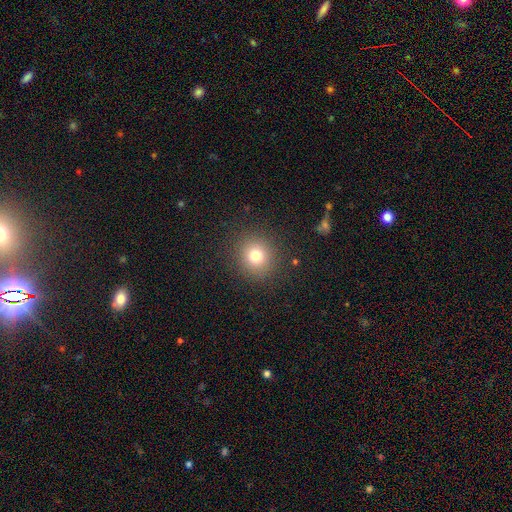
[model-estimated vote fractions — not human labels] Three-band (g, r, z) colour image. It shows a smooth galaxy with no disk features (77%) that is round (89%). Merging: none (89%).